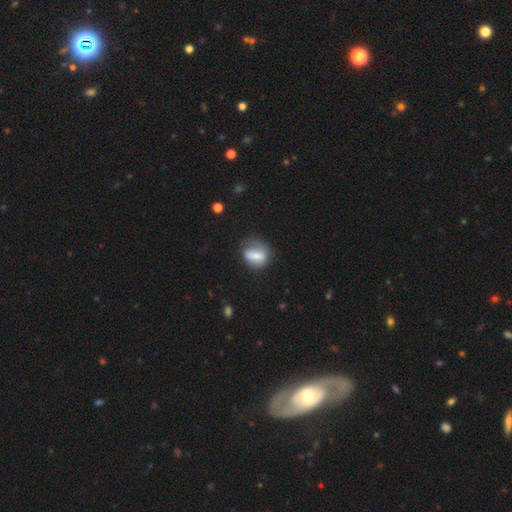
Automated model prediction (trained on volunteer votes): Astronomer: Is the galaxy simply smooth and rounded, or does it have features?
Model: smooth — 66%.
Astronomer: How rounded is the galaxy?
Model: in between — 49% (runner-up: round, 46%).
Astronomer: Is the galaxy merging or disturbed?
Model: none — 58%.